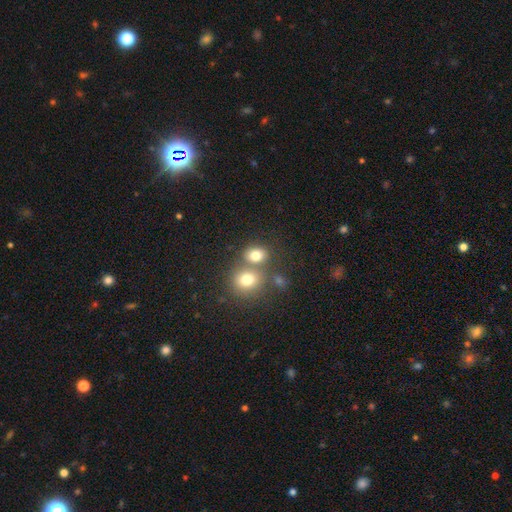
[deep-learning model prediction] smooth-or-featured: smooth: 77% | star or artifact: 13% | featured or disk: 10%
  how-rounded: round: 60% | in between: 39% | cigar-shaped: 1%
  merging: none: 49% | merger: 38% | minor disturbance: 9% | major disturbance: 4%